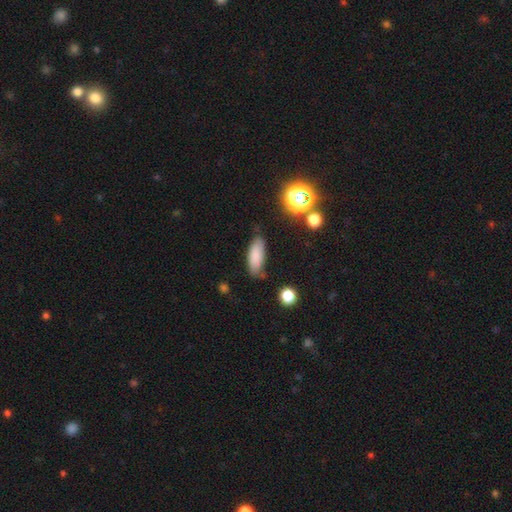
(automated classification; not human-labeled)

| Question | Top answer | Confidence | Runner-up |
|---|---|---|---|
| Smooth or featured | smooth | 82% | featured or disk (9%) |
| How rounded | in between | 70% | cigar-shaped (28%) |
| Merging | none | 70% | minor disturbance (22%) |